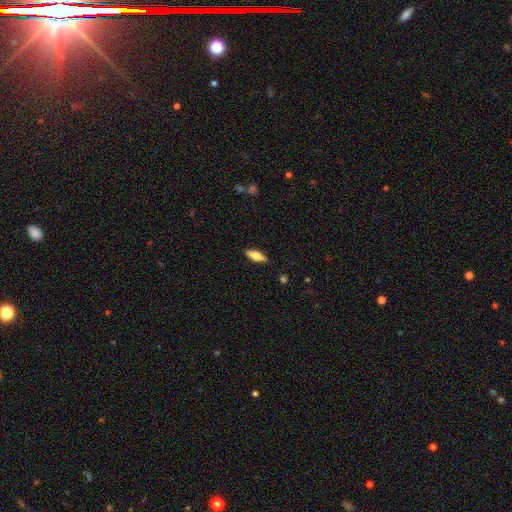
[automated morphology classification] Smooth or featured: smooth — 66% (featured or disk — 27%)
How rounded: in between — 61% (cigar-shaped — 37%)
Merging: none — 88% (minor disturbance — 9%)